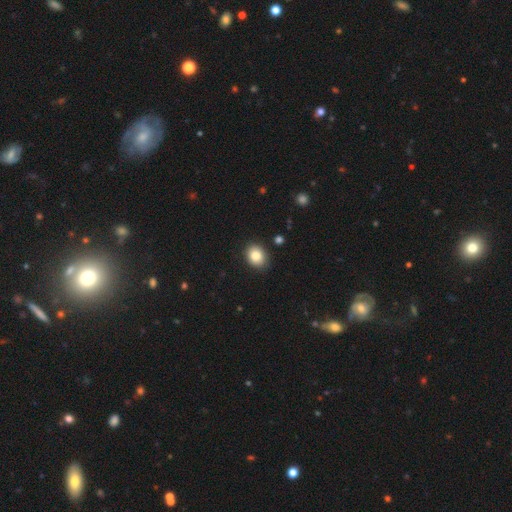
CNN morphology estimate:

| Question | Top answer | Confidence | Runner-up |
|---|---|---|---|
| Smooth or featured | smooth | 85% | star or artifact (9%) |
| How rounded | in between | 56% | round (43%) |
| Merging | none | 87% | minor disturbance (10%) |